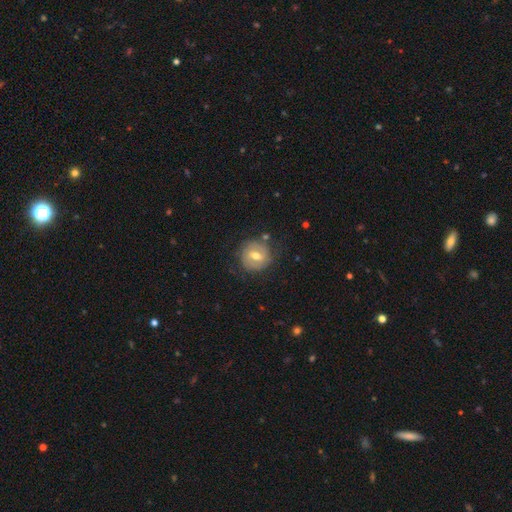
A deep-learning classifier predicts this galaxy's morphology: Overall: featured or disk (46%, tied with smooth). Merging: none (76%).